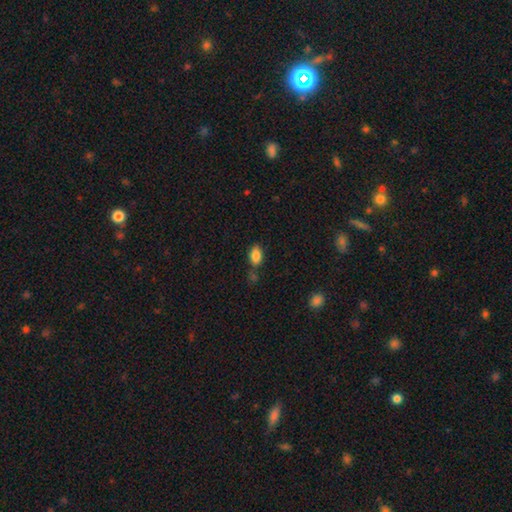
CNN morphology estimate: Smooth or featured: smooth — 84% (star or artifact — 9%)
How rounded: in between — 89% (round — 8%)
Merging: none — 64% (minor disturbance — 18%)